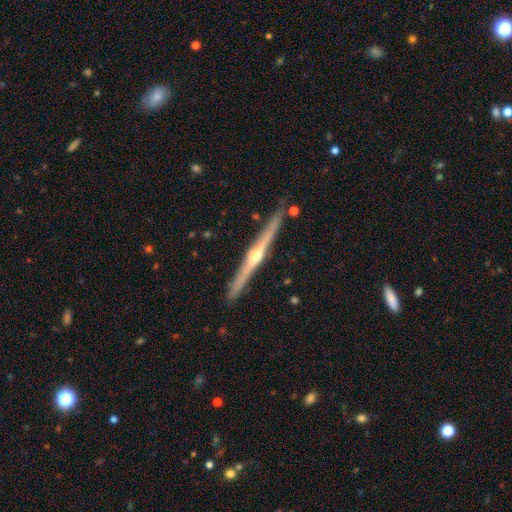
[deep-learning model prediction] Smooth or featured?
  - featured or disk: 83% *
  - smooth: 12%
  - star or artifact: 5%
Edge-on disk?
  - yes: 98% *
  - no: 2%
Edge-on bulge?
  - rounded: 91% *
  - none: 6%
  - boxy: 3%
Merging?
  - none: 90% *
  - minor disturbance: 7%
  - merger: 2%
  - major disturbance: 1%